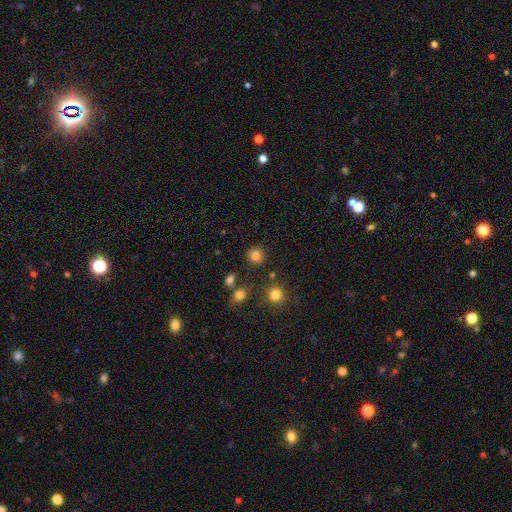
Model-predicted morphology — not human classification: The model was most divided on "smooth or featured": smooth: 82%, star or artifact: 13%, featured or disk: 5%. More confident: how rounded — round (88%); merging — none (85%).